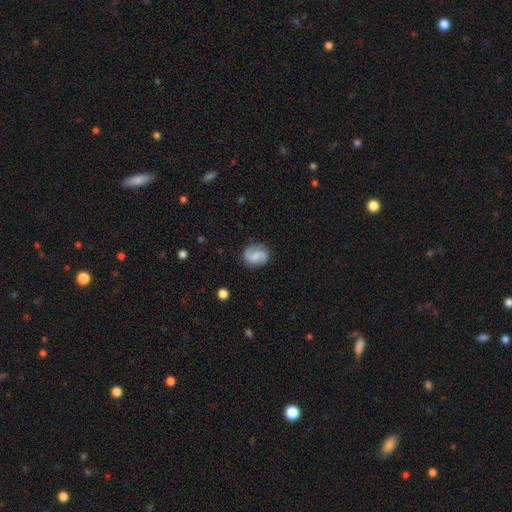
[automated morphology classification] smooth-or-featured: featured or disk: 65% | smooth: 28% | star or artifact: 7%
  disk-edge-on: no: 98% | yes: 2%
    bar: no: 45% (tied) | weak: 45% (tied) | strong: 10%
    has-spiral-arms: yes: 94% | no: 6%
      spiral-winding: medium: 45% | loose: 33% | tight: 21%
      spiral-arm-count: 2: 87% | can't tell: 5% | 1: 5% | 3: 1% | 4: 1% | more than 4: 1%
    bulge-size: small: 38% | none: 31% | moderate: 26% | large: 4% | dominant: 1%
  merging: none: 78% | minor disturbance: 16% | major disturbance: 5% | merger: 2%